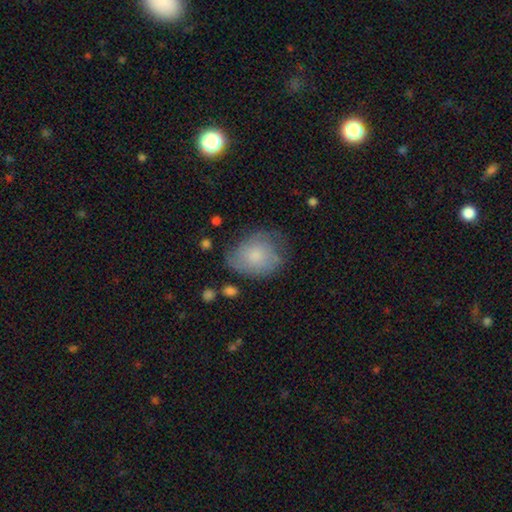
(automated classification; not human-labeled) This is likely a smooth galaxy (61%). How rounded: possibly round (50%). Merging: possibly none (52%).